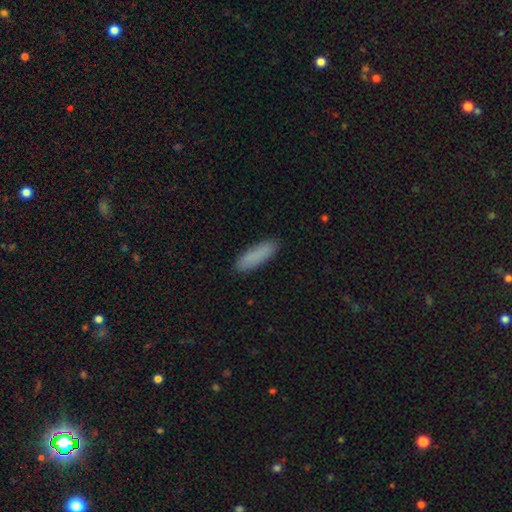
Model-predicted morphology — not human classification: smooth 87%, featured or disk 7%, star or artifact 6%. Down the decision tree: how rounded — cigar-shaped (58%); merging — none (88%).